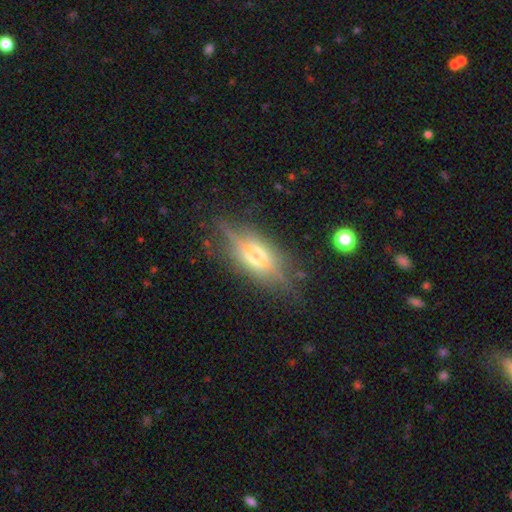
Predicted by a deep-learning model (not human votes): Overall: featured or disk (53%; smooth 36%). Edge-on disk: yes (83%). Merging: none (74%).